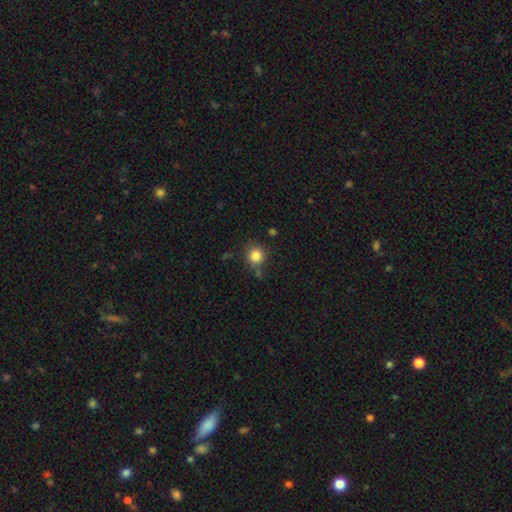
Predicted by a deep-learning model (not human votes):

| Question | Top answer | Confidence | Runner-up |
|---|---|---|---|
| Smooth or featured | smooth | 84% | star or artifact (11%) |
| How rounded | round | 90% | in between (10%) |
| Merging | none | 74% | minor disturbance (16%) |